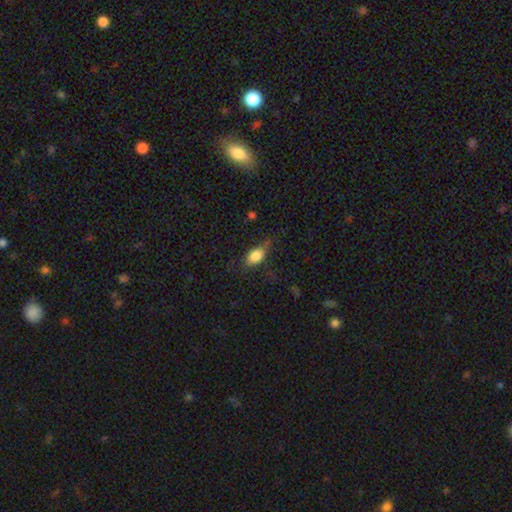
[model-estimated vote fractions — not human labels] Smooth or featured? smooth (82%)
How rounded? in between (86%)
Merging? none (68%)